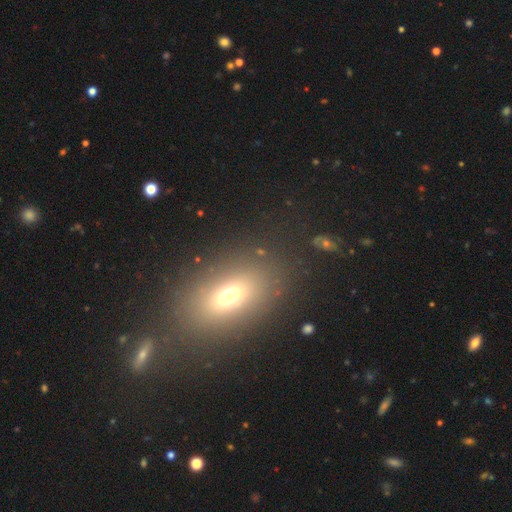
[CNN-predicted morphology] smooth_or_featured: smooth (p=0.61) [alt: star or artifact p=0.22]
how_rounded: in between (p=0.74) [alt: round p=0.20]
merging: none (p=0.79) [alt: minor disturbance p=0.09]